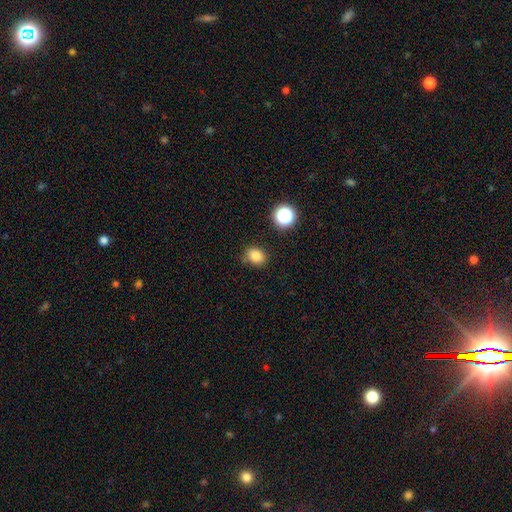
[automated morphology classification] smooth_or_featured: smooth (p=0.83) [alt: star or artifact p=0.13]
how_rounded: in between (p=0.51) [alt: round p=0.48]
merging: none (p=0.77) [alt: minor disturbance p=0.16]